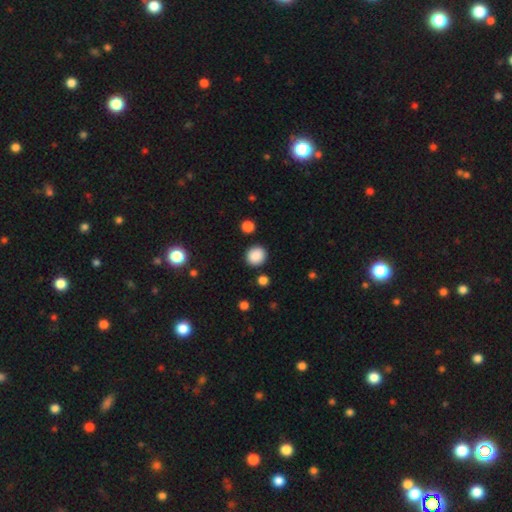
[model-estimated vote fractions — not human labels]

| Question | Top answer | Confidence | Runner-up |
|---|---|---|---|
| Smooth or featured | smooth | 88% | star or artifact (9%) |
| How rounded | round | 85% | in between (14%) |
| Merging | none | 89% | minor disturbance (7%) |